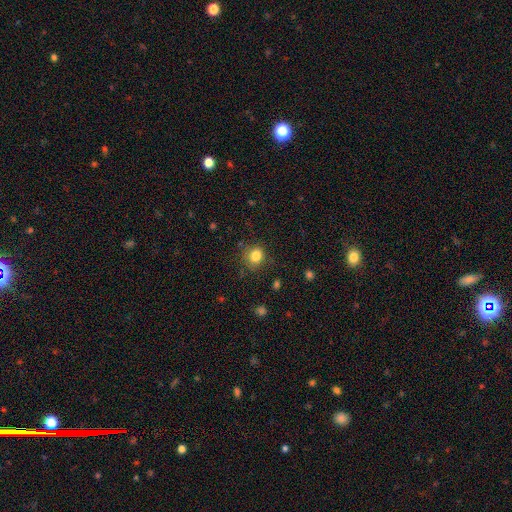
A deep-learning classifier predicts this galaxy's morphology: A smooth galaxy with no disk features (83%) that is round (77%).

Vote fractions:
- Smooth or featured? smooth: 83% / star or artifact: 11% / featured or disk: 6%
- How rounded? round: 77% / in between: 22% / cigar-shaped: 1%
- Merging? none: 78% / minor disturbance: 15% / major disturbance: 5% / merger: 2%